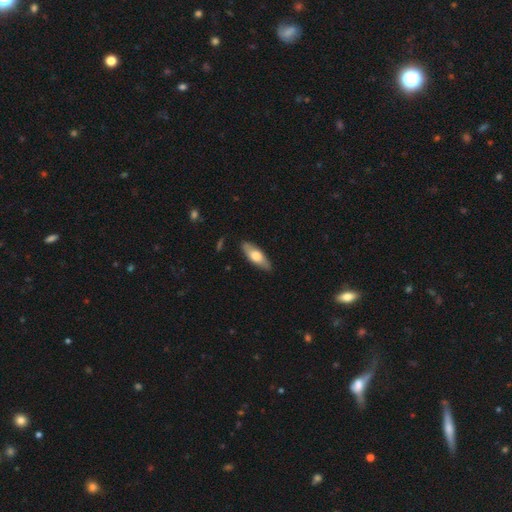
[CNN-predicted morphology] smooth-or-featured: smooth: 63% | featured or disk: 32% | star or artifact: 5%
  how-rounded: in between: 67% | cigar-shaped: 31% | round: 2%
  merging: none: 86% | minor disturbance: 11% | major disturbance: 2% | merger: 1%